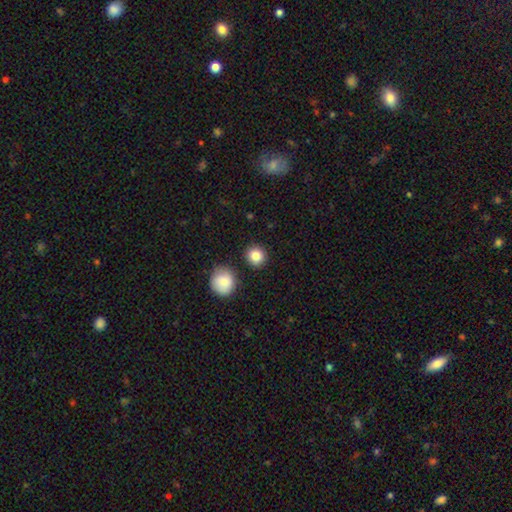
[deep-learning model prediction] smooth_or_featured: smooth (p=0.85) [alt: star or artifact p=0.10]
how_rounded: round (p=0.89) [alt: in between p=0.10]
merging: none (p=0.88) [alt: minor disturbance p=0.07]